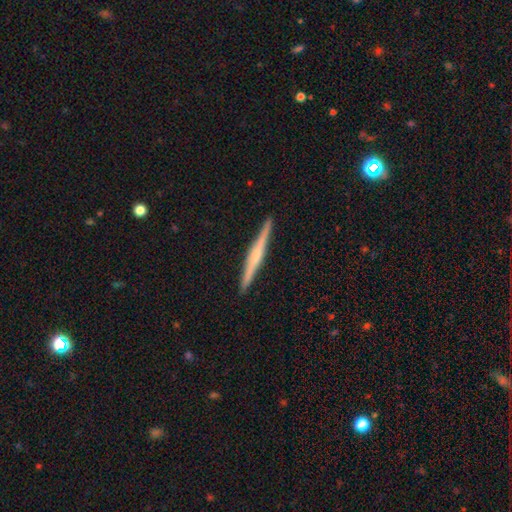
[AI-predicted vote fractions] featured or disk 72%, smooth 23%, star or artifact 6%. Down the decision tree: edge-on disk — yes (98%); edge-on bulge — rounded (64%); merging — none (93%).